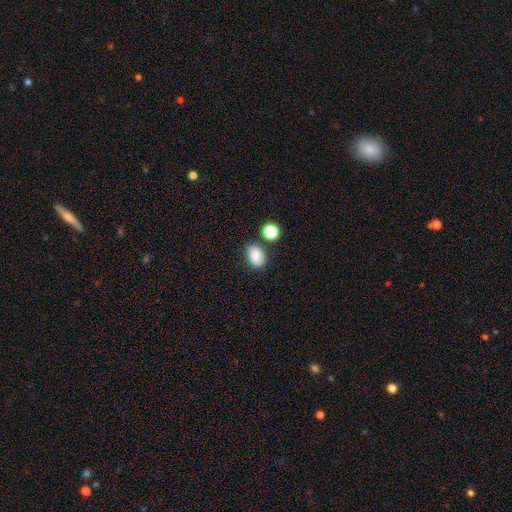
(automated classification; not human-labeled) Smooth or featured: smooth — 78% (featured or disk — 11%)
How rounded: in between — 73% (round — 26%)
Merging: none — 72% (minor disturbance — 16%)